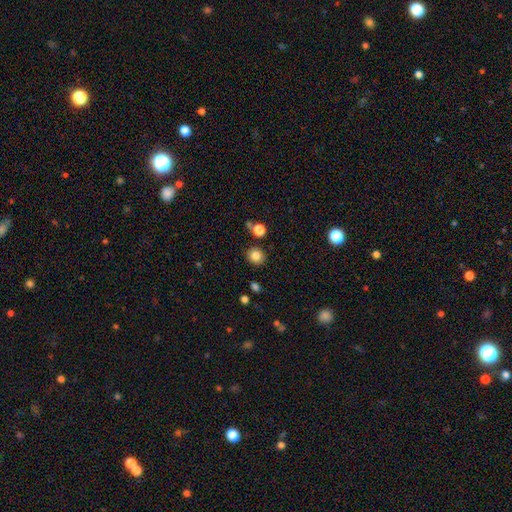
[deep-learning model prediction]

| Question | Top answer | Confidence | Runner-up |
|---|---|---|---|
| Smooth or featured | smooth | 82% | star or artifact (11%) |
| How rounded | round | 86% | in between (13%) |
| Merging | none | 86% | minor disturbance (8%) |